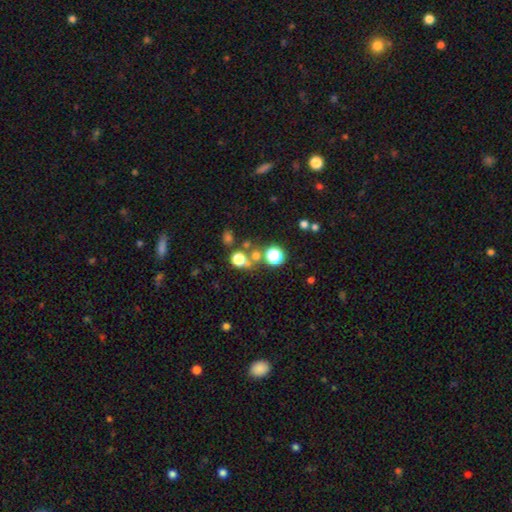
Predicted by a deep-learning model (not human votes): Smooth or featured?
  - smooth: 49% *
  - star or artifact: 40%
  - featured or disk: 11%
Merging?
  - none: 64% *
  - merger: 22%
  - minor disturbance: 8%
  - major disturbance: 6%